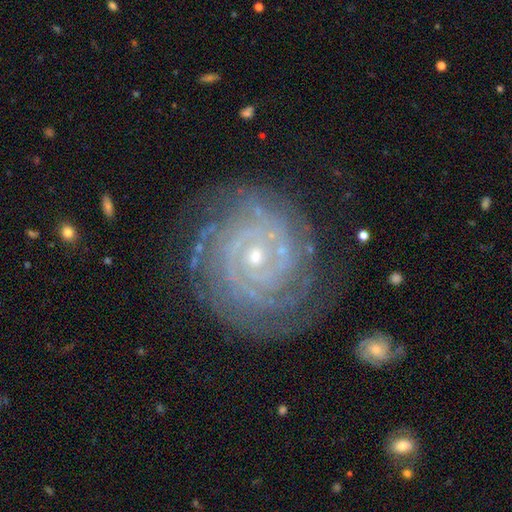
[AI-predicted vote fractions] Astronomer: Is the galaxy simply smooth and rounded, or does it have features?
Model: featured or disk — 90%.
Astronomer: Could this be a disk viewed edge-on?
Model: no — 98%.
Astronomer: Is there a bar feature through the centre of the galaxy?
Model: no — 72%.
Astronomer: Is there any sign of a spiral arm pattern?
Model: yes — 98%.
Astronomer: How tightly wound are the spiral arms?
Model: tight — 86%.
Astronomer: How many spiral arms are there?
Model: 2 — 25% (runner-up: can't tell, 22%).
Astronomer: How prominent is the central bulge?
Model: small — 68%.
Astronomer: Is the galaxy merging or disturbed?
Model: none — 77%.